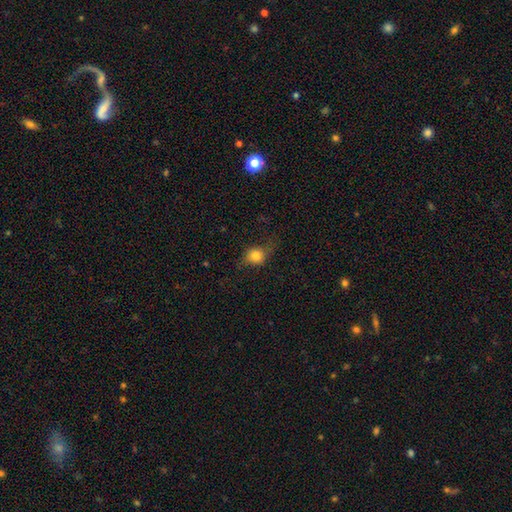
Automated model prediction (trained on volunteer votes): This appears to be a smooth galaxy with no disk features (74%) that is round (67%). Merging: none (59%).